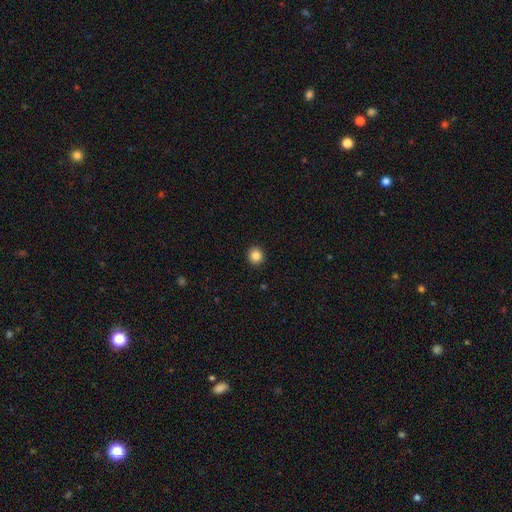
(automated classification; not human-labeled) smooth_or_featured: smooth (p=0.85) [alt: star or artifact p=0.10]
how_rounded: round (p=0.91) [alt: in between p=0.08]
merging: none (p=0.93) [alt: minor disturbance p=0.04]